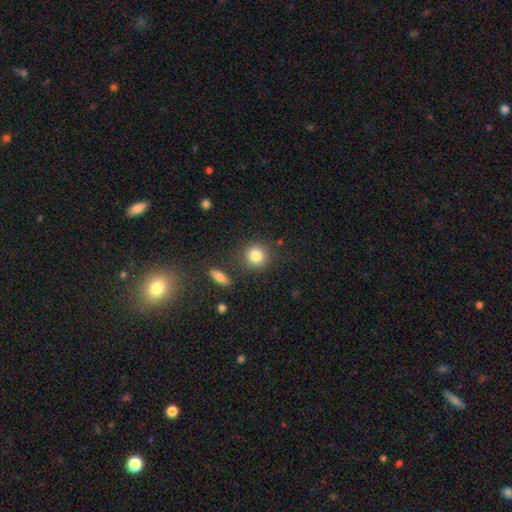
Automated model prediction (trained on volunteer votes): Smooth or featured? smooth (84%)
How rounded? round (86%)
Merging? none (80%)